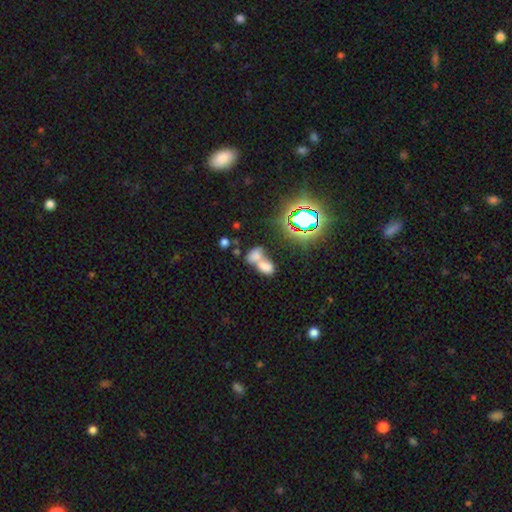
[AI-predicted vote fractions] Smooth or featured? smooth (64%)
How rounded? in between (82%)
Merging? merger (76%)